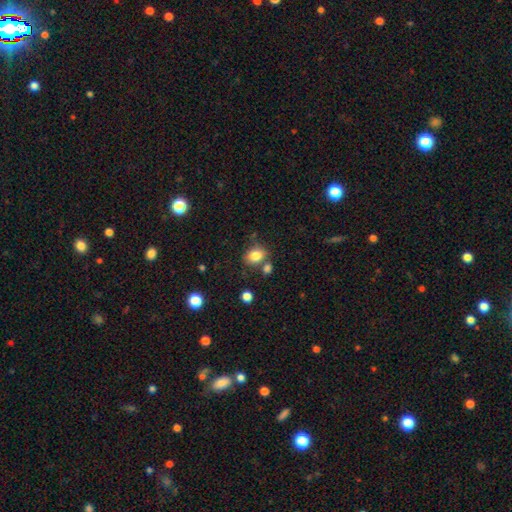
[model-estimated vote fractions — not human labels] Smooth or featured?
  - smooth: 82% *
  - star or artifact: 10%
  - featured or disk: 7%
How rounded?
  - in between: 51% *
  - round: 48%
  - cigar-shaped: 1%
Merging?
  - none: 64% *
  - merger: 17%
  - minor disturbance: 15%
  - major disturbance: 5%